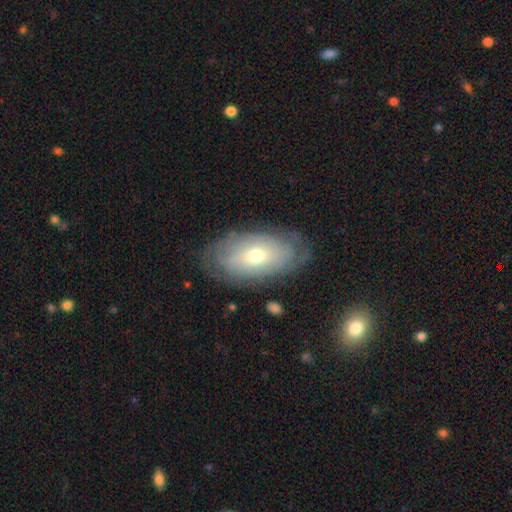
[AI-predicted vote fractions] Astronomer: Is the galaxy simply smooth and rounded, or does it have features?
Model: featured or disk — 49% (runner-up: smooth, 43%).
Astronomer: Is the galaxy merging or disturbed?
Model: none — 75%.